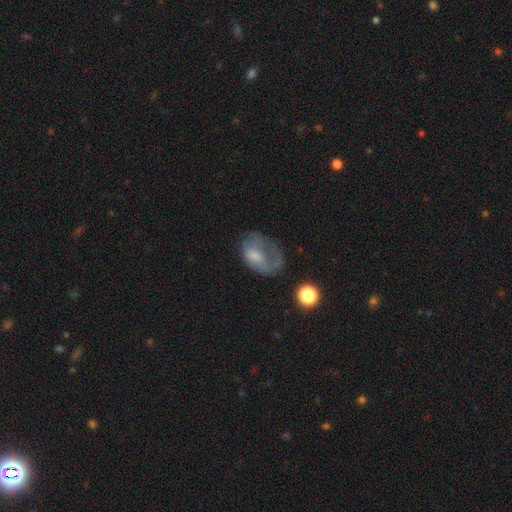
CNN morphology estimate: Smooth or featured? smooth (46%)
Merging? major disturbance (41%)